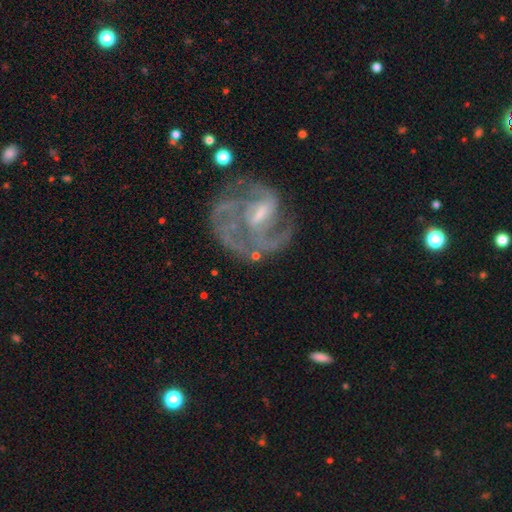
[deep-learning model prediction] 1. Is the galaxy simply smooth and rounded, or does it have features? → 85% featured or disk, 8% smooth, 7% star or artifact.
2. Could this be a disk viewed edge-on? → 98% no, 2% yes.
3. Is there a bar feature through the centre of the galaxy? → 52% weak, 27% strong, 20% no.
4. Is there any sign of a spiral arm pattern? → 92% yes, 8% no.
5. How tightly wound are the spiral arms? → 48% medium, 33% tight, 19% loose.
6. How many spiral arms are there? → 47% 2, 18% can't tell, 17% 3, 9% 1, 5% 4, 5% more than 4.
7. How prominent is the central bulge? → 35% small (tied), 35% moderate (tied), 24% none, 5% large, 2% dominant.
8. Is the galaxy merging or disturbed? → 52% none, 22% major disturbance, 19% minor disturbance, 6% merger.